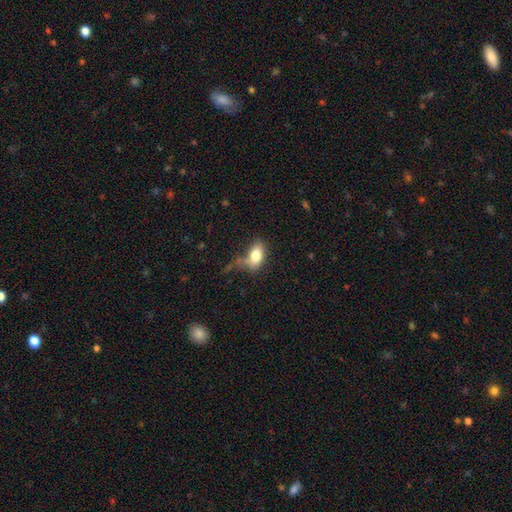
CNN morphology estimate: Overall: smooth (79%). How rounded: in between (88%). Merging: none (41%; minor disturbance 27%).